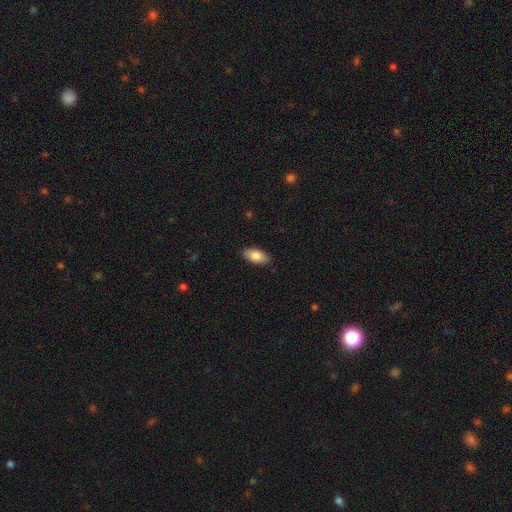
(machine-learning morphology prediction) type=smooth (81%); roundness=in between (92%); merging=none (88%).